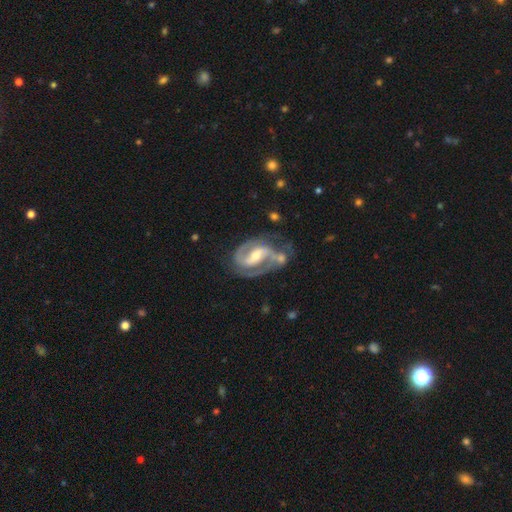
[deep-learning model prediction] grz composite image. It shows a featured or disk galaxy (91%) with a strong bar (47%), 2 (89%) medium (53%) spiral arms (97%) and a moderate central bulge (56%). Merging: none (59%).